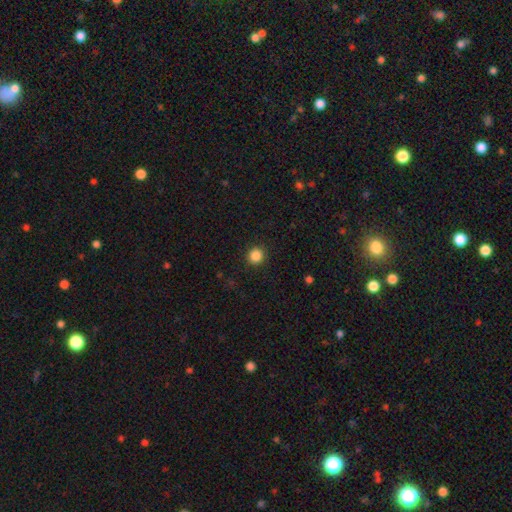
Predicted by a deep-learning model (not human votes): Overall: smooth (86%). How rounded: round (92%). Merging: none (92%).